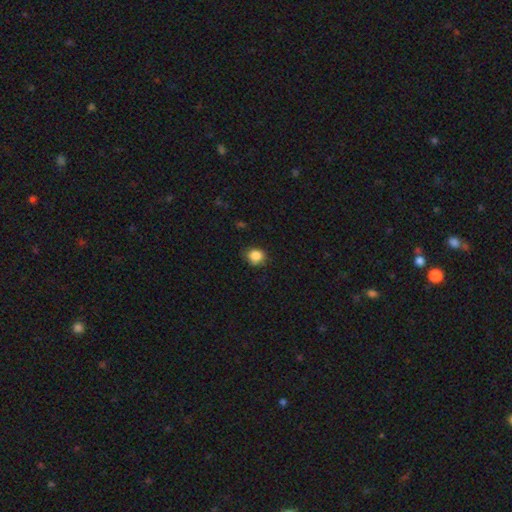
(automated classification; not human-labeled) Smooth or featured? Predicted: smooth (p=0.86). How rounded? Predicted: round (p=0.73). Merging? Predicted: none (p=0.76).